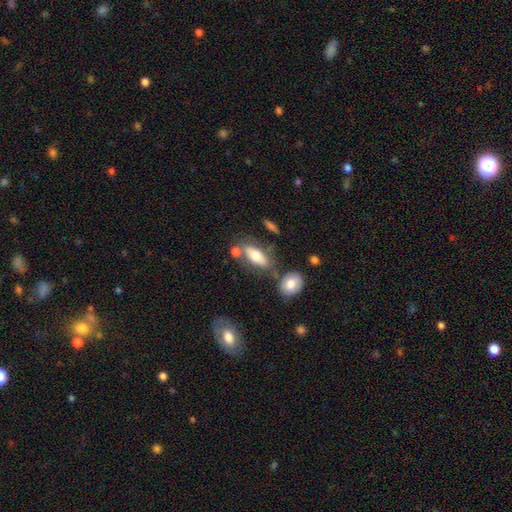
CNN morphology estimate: This is likely a smooth galaxy (65%). How rounded: clearly in between (82%). Merging: possibly none (57%).